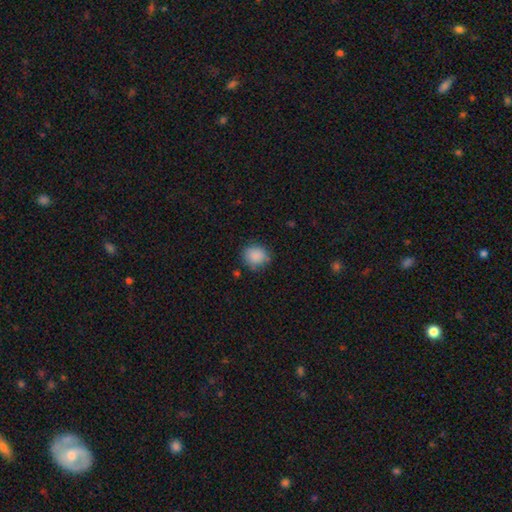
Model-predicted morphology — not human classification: type=smooth (87%); roundness=round (79%); merging=none (78%).